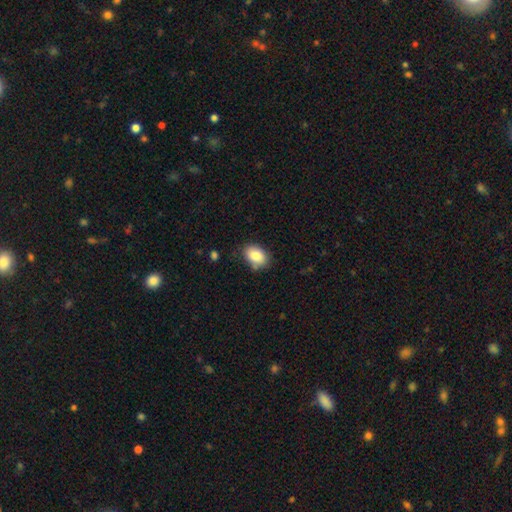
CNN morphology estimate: This is clearly a smooth galaxy (86%). How rounded: clearly in between (83%). Merging: likely none (76%).